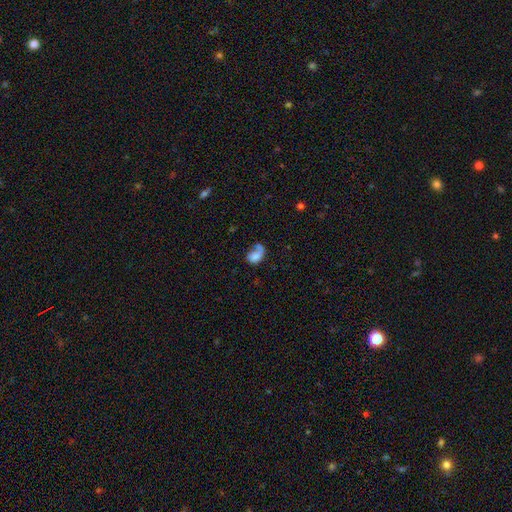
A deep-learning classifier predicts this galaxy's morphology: A smooth galaxy with no disk features (59%) that is in between round and cigar-shaped (77%).

Vote fractions:
- Smooth or featured? smooth: 59% / featured or disk: 32% / star or artifact: 10%
- How rounded? in between: 77% / round: 21% / cigar-shaped: 2%
- Merging? major disturbance: 32% / none: 31% / merger: 19% / minor disturbance: 18%